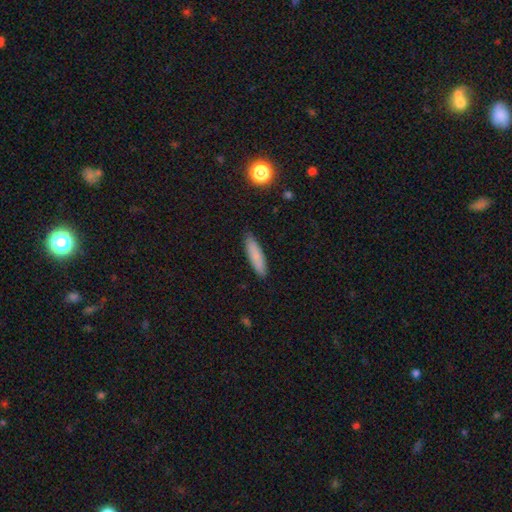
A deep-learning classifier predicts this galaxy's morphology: smooth_or_featured: smooth (p=0.83) [alt: featured or disk p=0.10]
how_rounded: cigar-shaped (p=0.74) [alt: in between p=0.24]
merging: none (p=0.87) [alt: minor disturbance p=0.10]